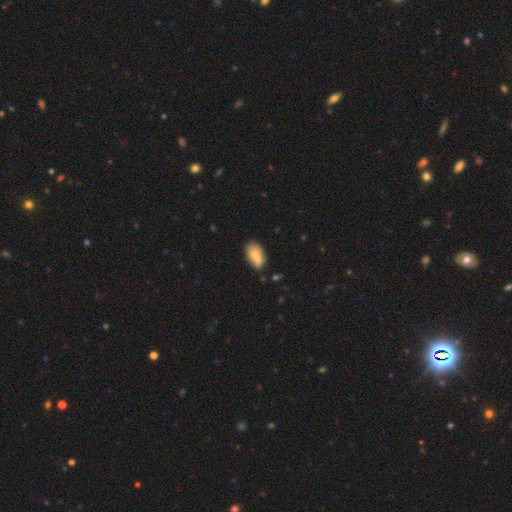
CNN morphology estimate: A smooth galaxy with no disk features (75%) that is in between round and cigar-shaped (92%). Merging: none (58%).